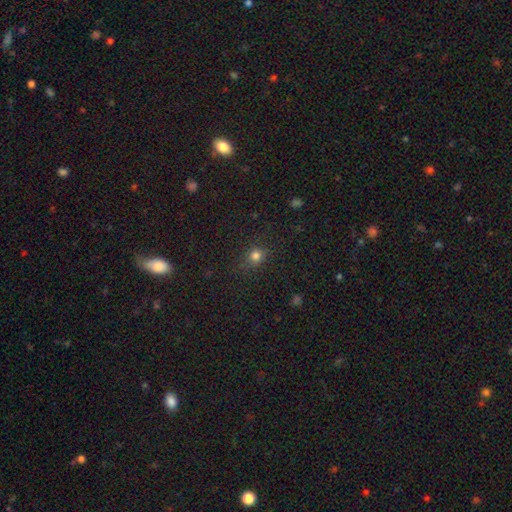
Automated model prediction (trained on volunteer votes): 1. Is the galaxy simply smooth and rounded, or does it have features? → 77% smooth, 17% star or artifact, 6% featured or disk.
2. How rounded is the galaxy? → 78% round, 20% in between, 1% cigar-shaped.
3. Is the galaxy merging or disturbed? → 83% none, 12% minor disturbance, 4% major disturbance, 1% merger.